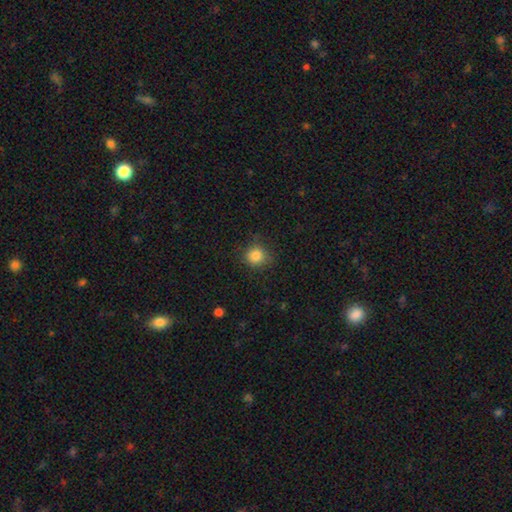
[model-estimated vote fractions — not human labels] Smooth or featured? Predicted: smooth (p=0.84). How rounded? Predicted: round (p=0.89). Merging? Predicted: none (p=0.82).